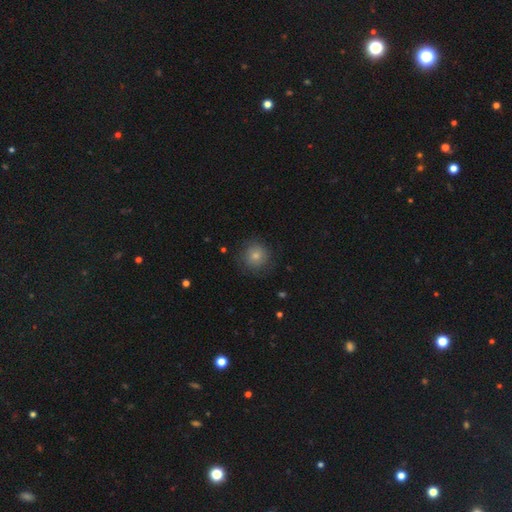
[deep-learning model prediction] Smooth or featured? Predicted: smooth (p=0.79). How rounded? Predicted: round (p=0.92). Merging? Predicted: none (p=0.82).